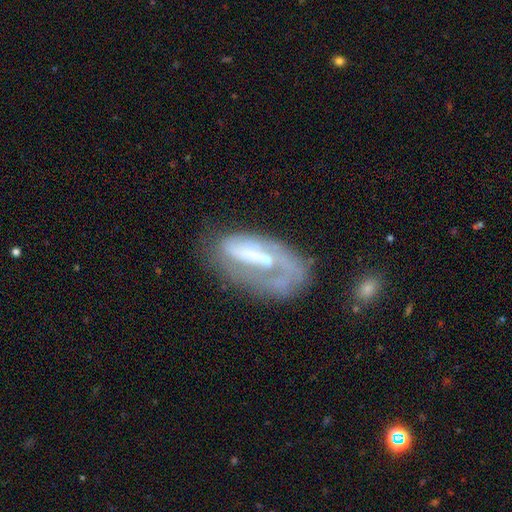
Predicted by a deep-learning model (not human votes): Smooth or featured? featured or disk (65%)
Edge-on disk? no (91%)
Bar? weak (36%)
Spiral arms? yes (63%)
Bulge size? small (44%)
Merging? none (41%)